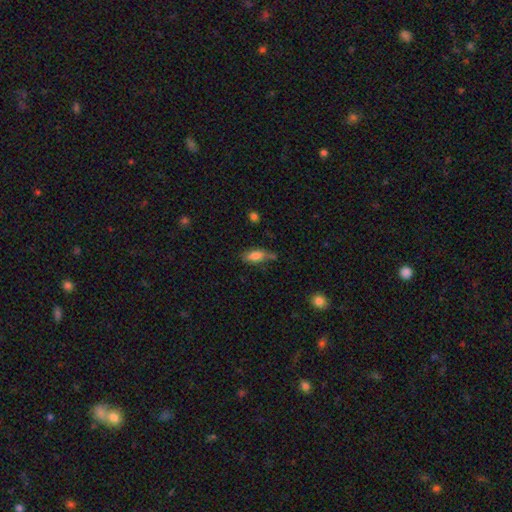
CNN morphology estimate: smooth_or_featured: smooth (p=0.77) [alt: featured or disk p=0.14]
how_rounded: in between (p=0.77) [alt: cigar-shaped p=0.20]
merging: none (p=0.54) [alt: minor disturbance p=0.30]